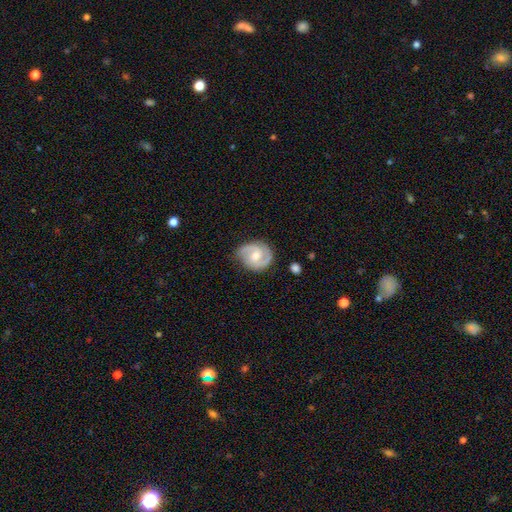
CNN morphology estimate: Smooth or featured? Predicted: featured or disk (p=0.83). Edge-on disk? Predicted: no (p=0.98). Bar? Predicted: weak (p=0.47). Spiral arms? Predicted: yes (p=0.96). Spiral winding? Predicted: medium (p=0.47). Spiral arm count? Predicted: 2 (p=0.89). Bulge size? Predicted: moderate (p=0.60). Merging? Predicted: none (p=0.78).